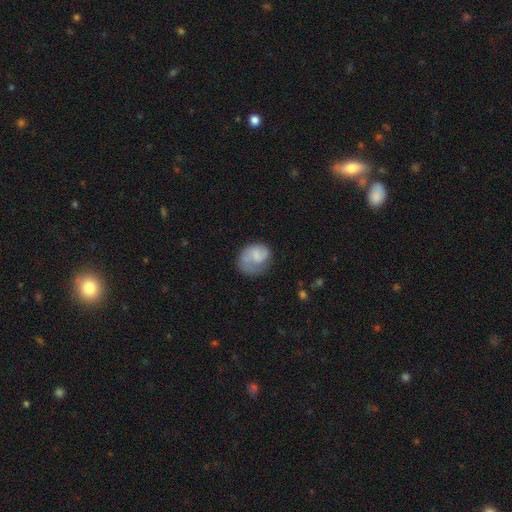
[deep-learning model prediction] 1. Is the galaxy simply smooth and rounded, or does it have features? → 50% featured or disk, 44% smooth, 7% star or artifact.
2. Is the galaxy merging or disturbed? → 48% none, 25% minor disturbance, 25% major disturbance, 2% merger.